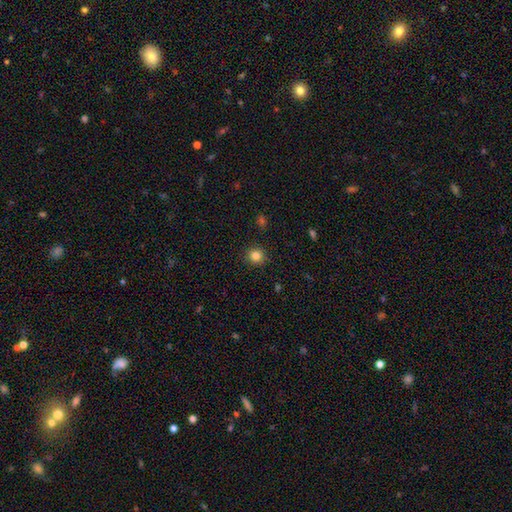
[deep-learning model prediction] smooth_or_featured: smooth (p=0.83) [alt: star or artifact p=0.12]
how_rounded: round (p=0.92) [alt: in between p=0.07]
merging: none (p=0.91) [alt: minor disturbance p=0.06]